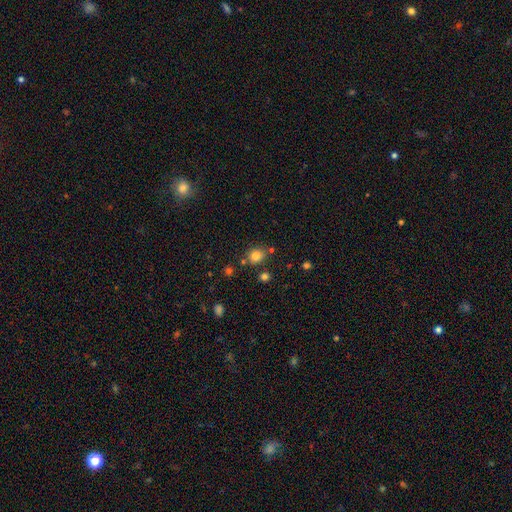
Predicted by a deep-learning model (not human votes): smooth-or-featured: smooth: 81% | star or artifact: 14% | featured or disk: 6%
  how-rounded: round: 70% | in between: 29% | cigar-shaped: 1%
  merging: none: 76% | minor disturbance: 12% | merger: 9% | major disturbance: 4%